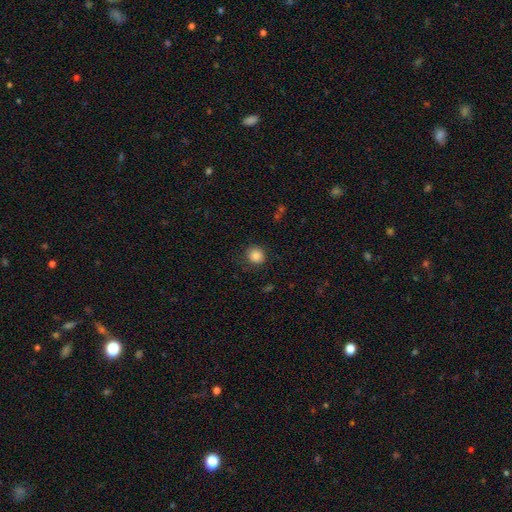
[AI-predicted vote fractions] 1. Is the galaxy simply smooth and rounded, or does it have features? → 86% smooth, 10% star or artifact, 4% featured or disk.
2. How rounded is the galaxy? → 88% round, 11% in between, 1% cigar-shaped.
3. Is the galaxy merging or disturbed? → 86% none, 10% minor disturbance, 3% major disturbance, 1% merger.